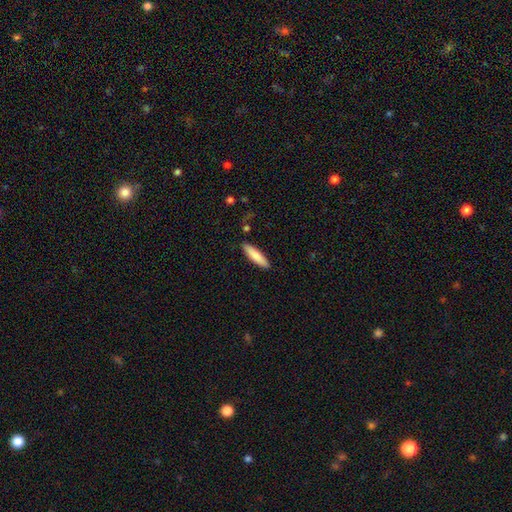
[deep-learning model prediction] A smooth galaxy with no disk features (82%) that is cigar-shaped (74%).

Vote fractions:
- Smooth or featured? smooth: 82% / featured or disk: 13% / star or artifact: 5%
- How rounded? cigar-shaped: 74% / in between: 25% / round: 1%
- Merging? none: 89% / minor disturbance: 8% / merger: 2% / major disturbance: 2%